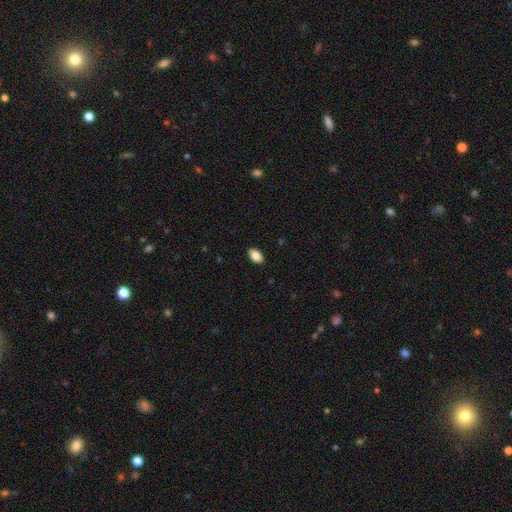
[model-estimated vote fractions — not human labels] smooth-or-featured: smooth: 85% | star or artifact: 8% | featured or disk: 7%
  how-rounded: in between: 91% | round: 7% | cigar-shaped: 2%
  merging: none: 88% | minor disturbance: 9% | major disturbance: 2% | merger: 1%